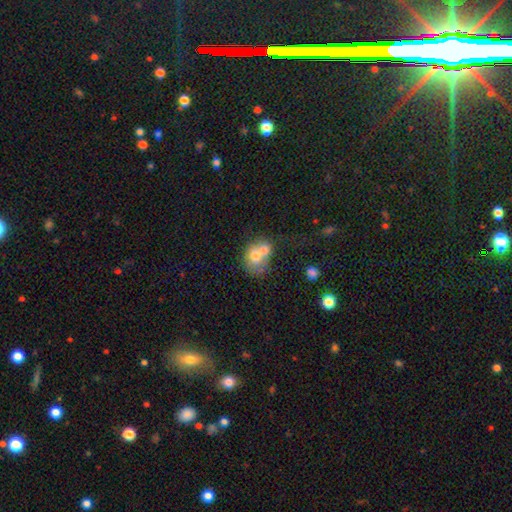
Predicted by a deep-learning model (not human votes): This appears to be a smooth galaxy with no disk features (67%) that is round (56%). Merging: merger (66%).